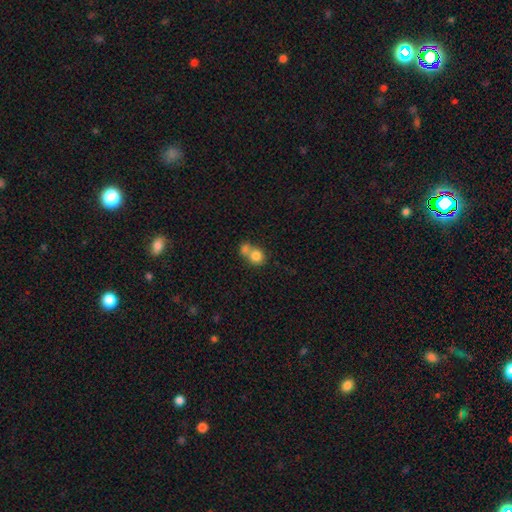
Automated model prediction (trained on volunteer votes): Smooth or featured: smooth — 79% (featured or disk — 12%)
How rounded: round — 74% (in between — 25%)
Merging: merger — 61% (none — 29%)